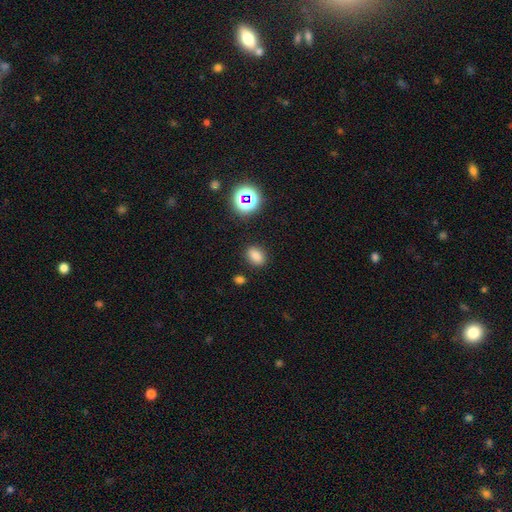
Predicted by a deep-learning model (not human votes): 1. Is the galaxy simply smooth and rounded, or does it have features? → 78% smooth, 16% star or artifact, 6% featured or disk.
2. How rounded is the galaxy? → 70% in between, 28% round, 2% cigar-shaped.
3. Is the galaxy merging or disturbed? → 85% none, 10% minor disturbance, 3% major disturbance, 3% merger.